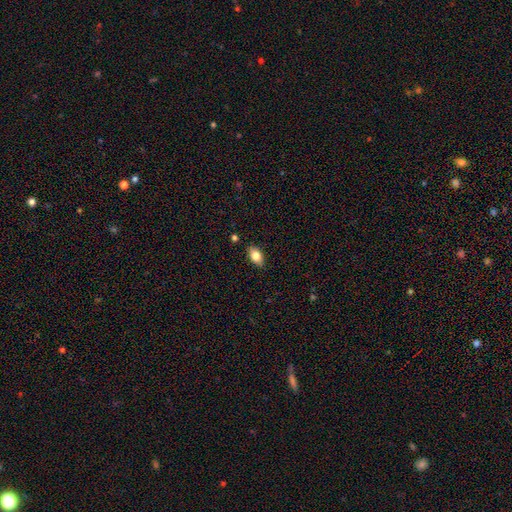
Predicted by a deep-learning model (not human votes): Smooth or featured: smooth — 79% (featured or disk — 13%)
How rounded: in between — 87% (round — 9%)
Merging: none — 86% (minor disturbance — 11%)